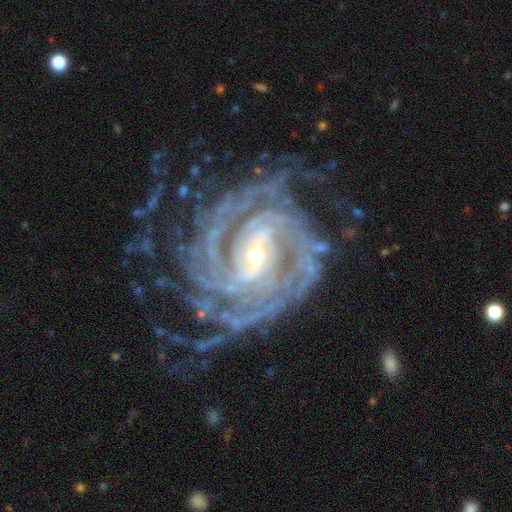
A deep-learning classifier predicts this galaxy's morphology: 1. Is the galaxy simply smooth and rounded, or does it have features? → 93% featured or disk, 4% star or artifact, 3% smooth.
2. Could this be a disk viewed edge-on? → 98% no, 2% yes.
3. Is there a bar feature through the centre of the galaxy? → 42% weak, 38% strong, 21% no.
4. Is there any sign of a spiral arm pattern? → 99% yes, 1% no.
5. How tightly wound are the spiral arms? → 66% tight, 28% medium, 6% loose.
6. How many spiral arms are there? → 22% 2, 20% 4, 17% can't tell, 17% 3, 14% more than 4, 9% 1.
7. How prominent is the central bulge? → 56% small, 40% moderate, 2% large, 1% none, 1% dominant.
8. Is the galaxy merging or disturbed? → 70% none, 17% minor disturbance, 11% major disturbance, 2% merger.